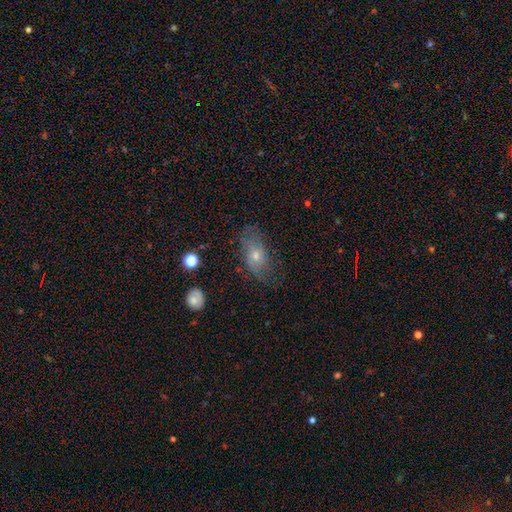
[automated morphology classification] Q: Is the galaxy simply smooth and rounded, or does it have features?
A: featured or disk — 46%.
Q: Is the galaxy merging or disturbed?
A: none — 58%.